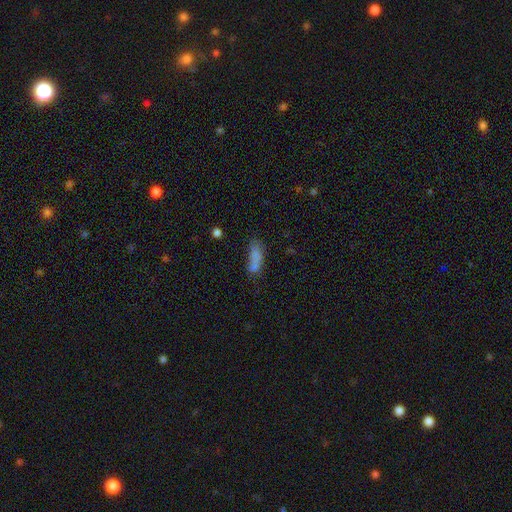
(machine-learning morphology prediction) Smooth or featured? Predicted: smooth (p=0.72). How rounded? Predicted: in between (p=0.49). Merging? Predicted: none (p=0.43).